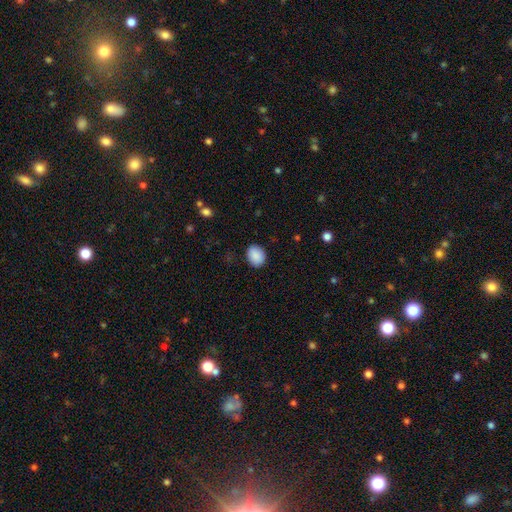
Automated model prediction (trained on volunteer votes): Smooth or featured?
  - smooth: 90% *
  - star or artifact: 7%
  - featured or disk: 3%
How rounded?
  - in between: 53% *
  - round: 46%
  - cigar-shaped: 1%
Merging?
  - none: 86% *
  - minor disturbance: 10%
  - major disturbance: 3%
  - merger: 1%